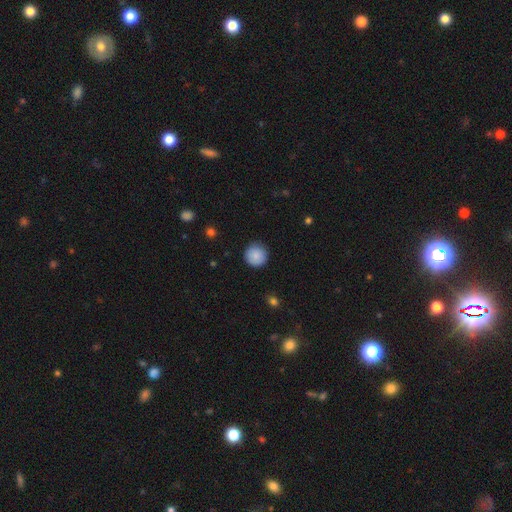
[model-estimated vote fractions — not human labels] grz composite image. It shows a smooth galaxy with no disk features (87%) that is round (95%). Merging: none (87%).